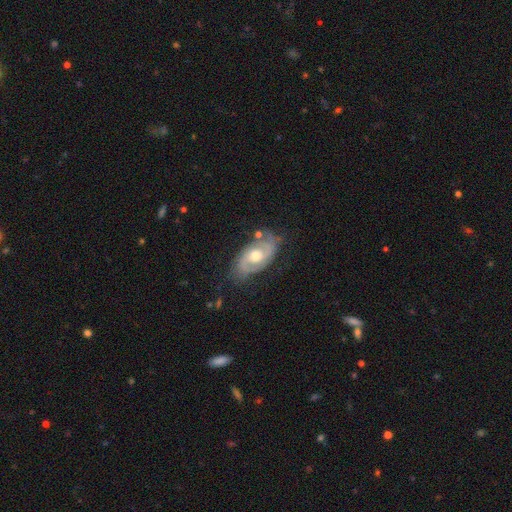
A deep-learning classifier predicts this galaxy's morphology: A featured or disk galaxy (80%) with no bar (61%), 2 (81%) medium (43%) spiral arms (87%) and a moderate central bulge (75%).

Vote fractions:
- Smooth or featured? featured or disk: 80% / smooth: 15% / star or artifact: 6%
- Edge-on disk? no: 95% / yes: 5%
- Bar? no: 61% / weak: 32% / strong: 7%
- Spiral arms? yes: 87% / no: 13%
- Spiral winding? medium: 43% / tight: 41% / loose: 16%
- Spiral arm count? 2: 81% / can't tell: 11% / 1: 3% / 3: 2% / 4: 1% / more than 4: 1%
- Bulge size? moderate: 75% / small: 12% / large: 11% / none: 1% / dominant: 1%
- Merging? none: 71% / minor disturbance: 20% / major disturbance: 7% / merger: 3%